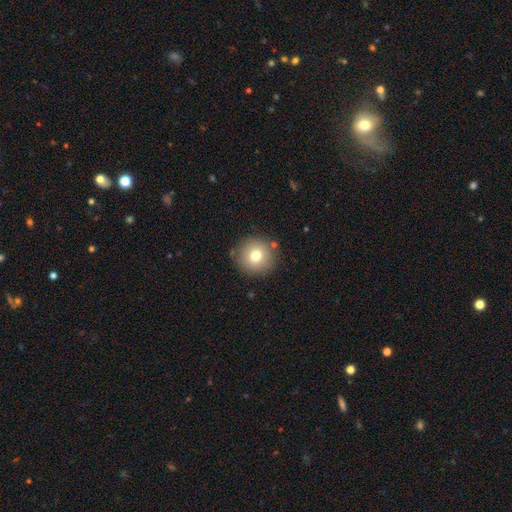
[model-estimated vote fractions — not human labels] smooth-or-featured: smooth: 76% | featured or disk: 13% | star or artifact: 11%
  how-rounded: round: 94% | in between: 5% | cigar-shaped: 1%
  merging: none: 86% | minor disturbance: 8% | merger: 3% | major disturbance: 3%